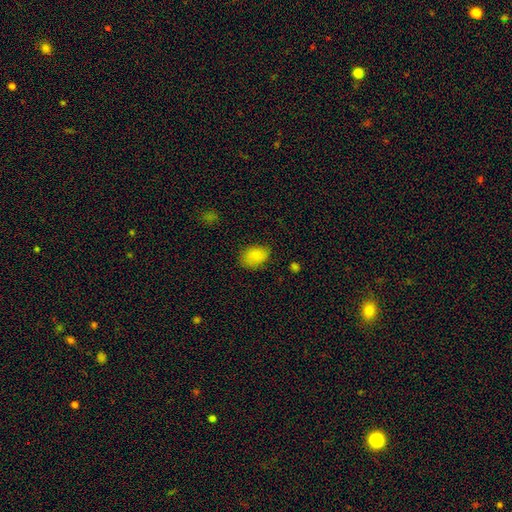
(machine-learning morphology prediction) Smooth or featured: smooth — 84% (star or artifact — 8%)
How rounded: in between — 78% (round — 21%)
Merging: none — 78% (minor disturbance — 17%)